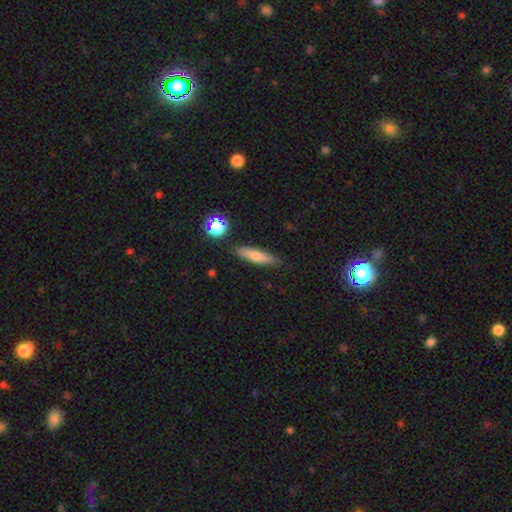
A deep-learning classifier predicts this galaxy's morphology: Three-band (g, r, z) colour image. It shows a smooth galaxy with no disk features (64%) that is cigar-shaped (81%). Merging: none (87%).